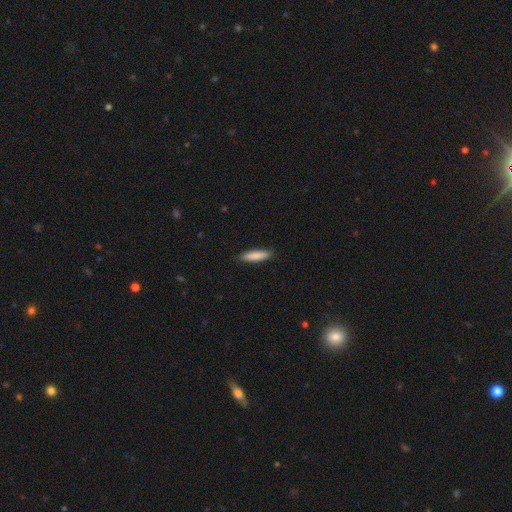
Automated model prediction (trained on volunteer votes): The model was most divided on "how rounded": cigar-shaped: 78%, in between: 21%, round: 1%. More confident: merging — none (88%); smooth or featured — smooth (85%).